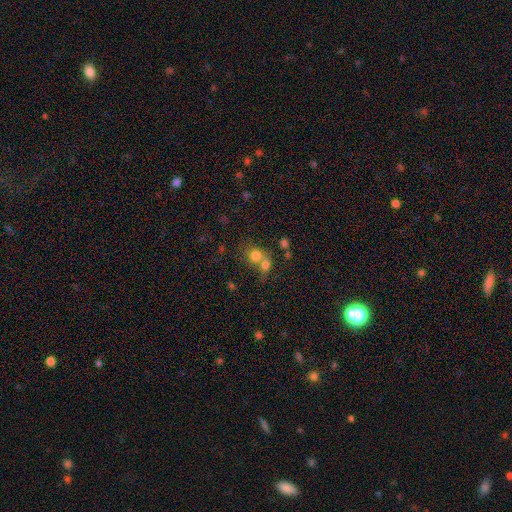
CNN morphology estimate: This appears to be a smooth galaxy with no disk features (75%) that is round (72%). Merging: merger (57%).